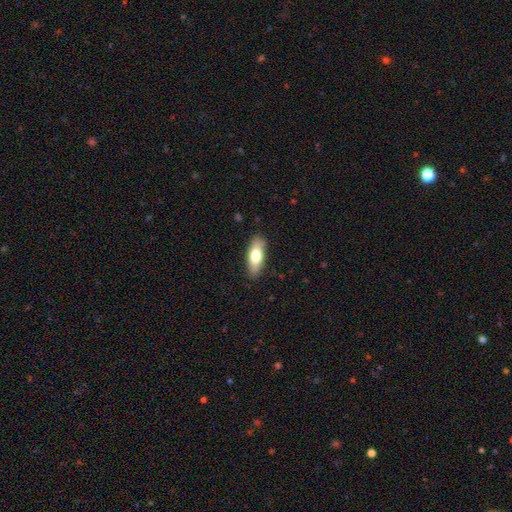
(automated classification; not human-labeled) Smooth or featured? smooth (71%)
How rounded? in between (71%)
Merging? none (85%)